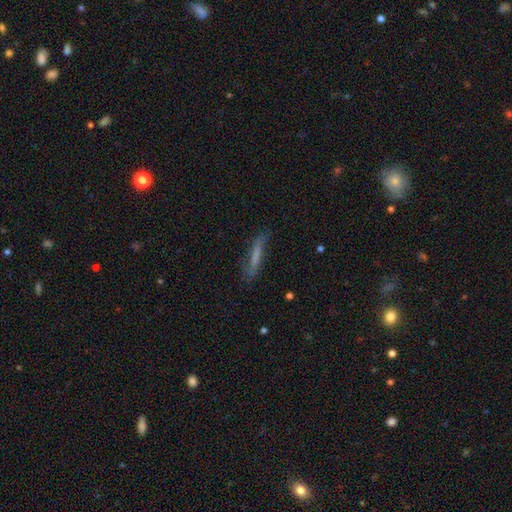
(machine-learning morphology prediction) Smooth or featured? Predicted: smooth (p=0.56). How rounded? Predicted: cigar-shaped (p=0.91). Merging? Predicted: none (p=0.72).